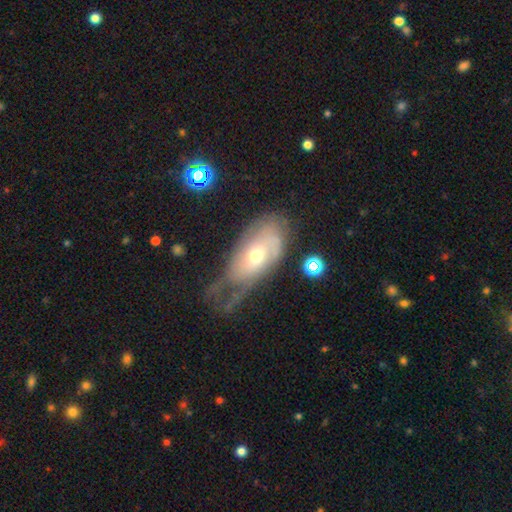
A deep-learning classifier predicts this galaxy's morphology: smooth_or_featured: featured or disk (p=0.60) [alt: smooth p=0.32]
disk_edge_on: no (p=0.89) [alt: yes p=0.11]
bar: no (p=0.72) [alt: weak p=0.23]
has_spiral_arms: yes (p=0.67) [alt: no p=0.33]
bulge_size: moderate (p=0.57) [alt: small p=0.35]
merging: major disturbance (p=0.36) [alt: none p=0.32]